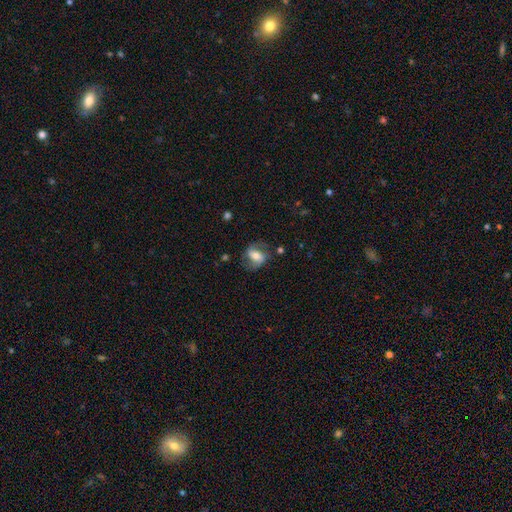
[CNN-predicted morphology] type=featured or disk (59%); edge-on=no (95%); bar=weak (38%); spiral arms=yes (83%); bulge=moderate (60%); merging=none (67%).